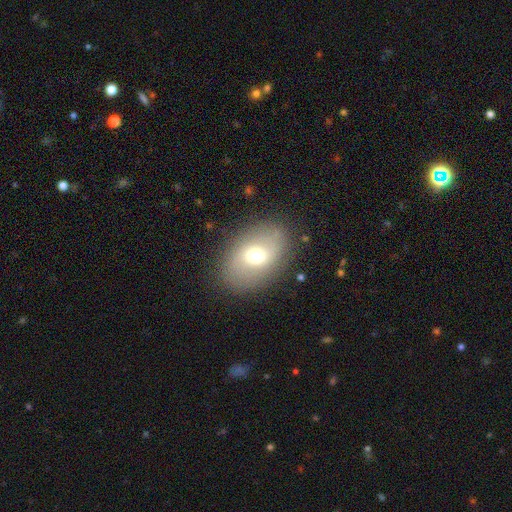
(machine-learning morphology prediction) smooth 55%, featured or disk 36%, star or artifact 9%. Down the decision tree: how rounded — in between (81%); merging — none (83%).